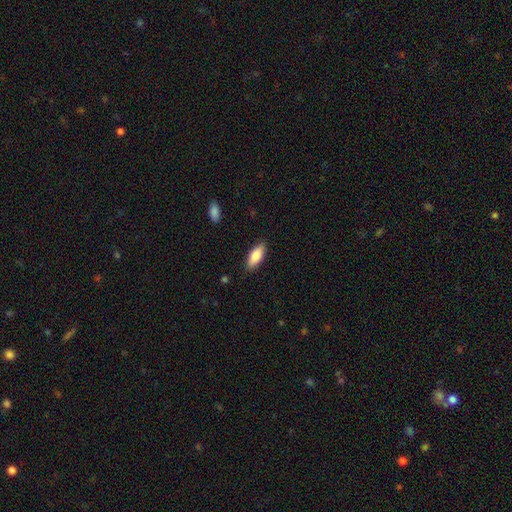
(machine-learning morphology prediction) smooth_or_featured: smooth (p=0.83) [alt: featured or disk p=0.12]
how_rounded: in between (p=0.75) [alt: cigar-shaped p=0.23]
merging: none (p=0.88) [alt: minor disturbance p=0.09]